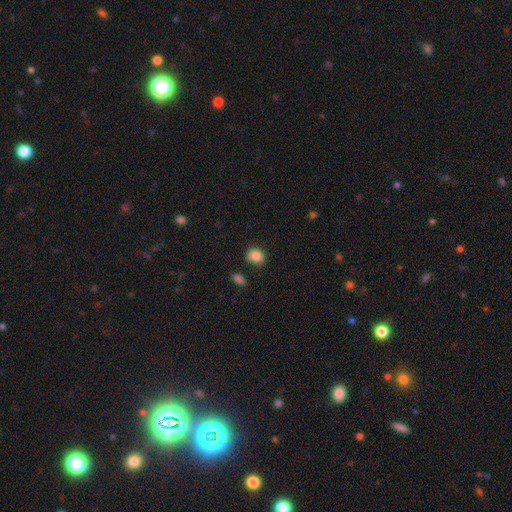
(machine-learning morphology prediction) Overall: smooth (87%). How rounded: in between (54%; round 45%). Merging: none (78%).